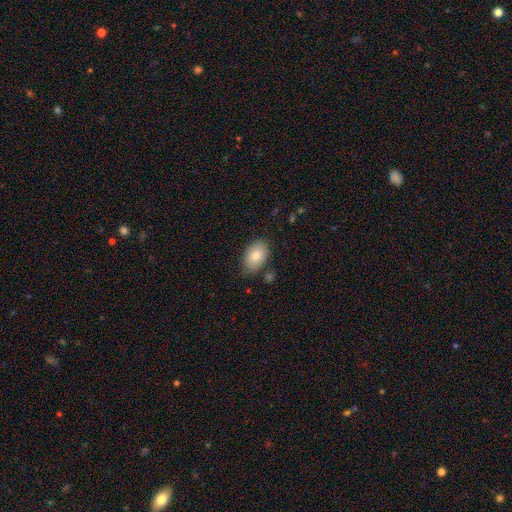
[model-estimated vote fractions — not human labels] This is clearly a smooth galaxy (82%). How rounded: clearly in between (89%). Merging: likely none (78%).